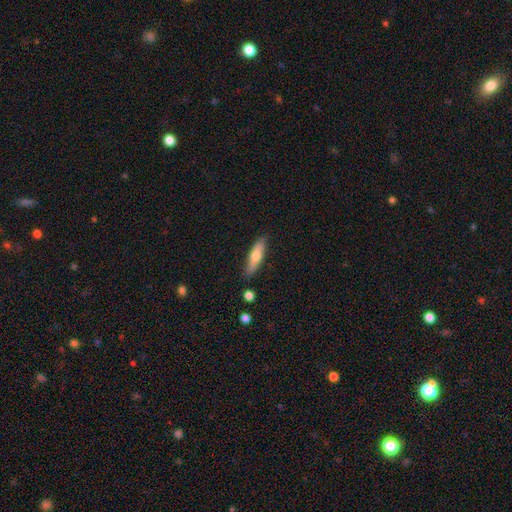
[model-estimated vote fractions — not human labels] smooth_or_featured: smooth (p=0.63) [alt: featured or disk p=0.31]
how_rounded: cigar-shaped (p=0.66) [alt: in between p=0.32]
merging: none (p=0.83) [alt: minor disturbance p=0.12]